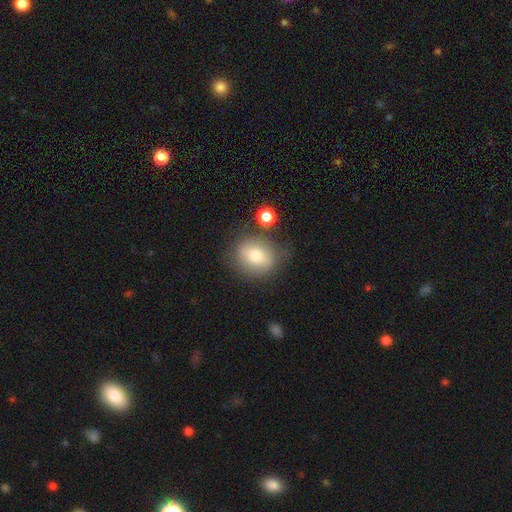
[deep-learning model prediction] Q: Smooth or featured?
A: smooth (73%); runner-up: featured or disk (17%)
Q: How rounded?
A: round (69%); runner-up: in between (30%)
Q: Merging?
A: none (74%); runner-up: minor disturbance (15%)